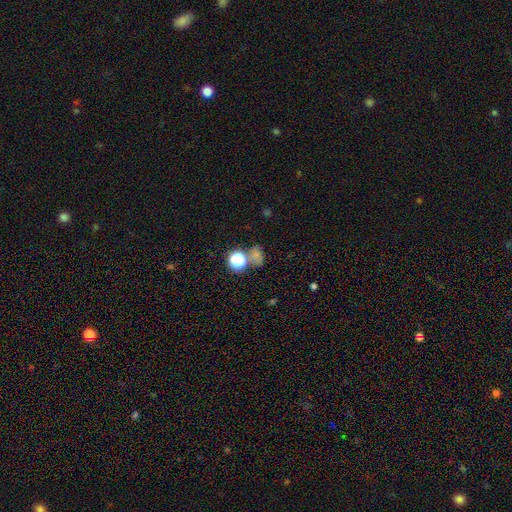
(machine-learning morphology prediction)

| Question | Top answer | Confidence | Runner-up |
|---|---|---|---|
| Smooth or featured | smooth | 57% | star or artifact (32%) |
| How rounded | round | 65% | in between (33%) |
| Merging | none | 55% | merger (20%) |